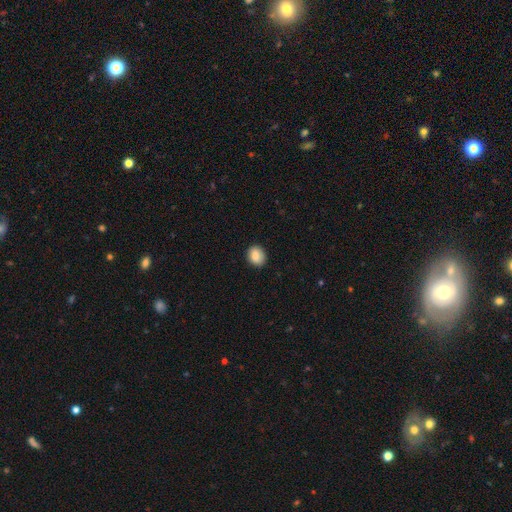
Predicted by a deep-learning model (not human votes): This appears to be a smooth galaxy with no disk features (84%) that is round (55%). Merging: none (87%).